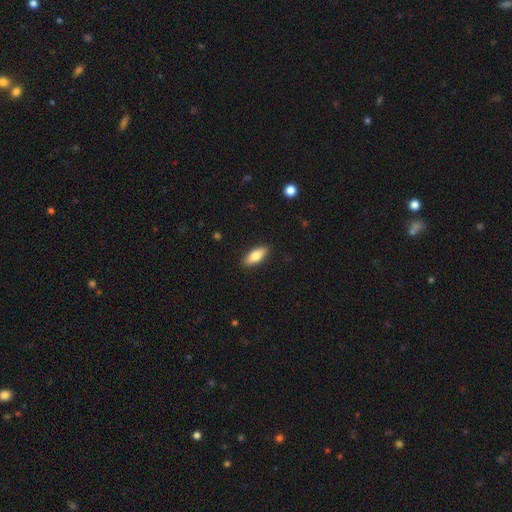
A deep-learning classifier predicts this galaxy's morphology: smooth-or-featured: smooth: 79% | featured or disk: 15% | star or artifact: 6%
  how-rounded: in between: 75% | cigar-shaped: 22% | round: 2%
  merging: none: 89% | minor disturbance: 8% | major disturbance: 2% | merger: 1%